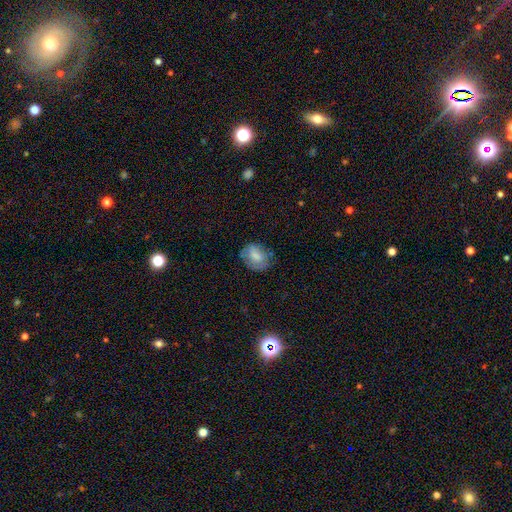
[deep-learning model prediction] Smooth or featured: smooth — 66% (featured or disk — 26%)
How rounded: in between — 59% (round — 39%)
Merging: none — 62% (minor disturbance — 26%)